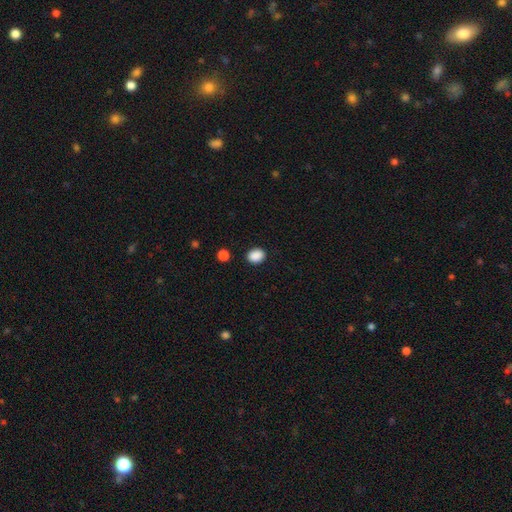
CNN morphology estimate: This is clearly a smooth galaxy (89%). How rounded: possibly in between (52%). Merging: clearly none (88%).